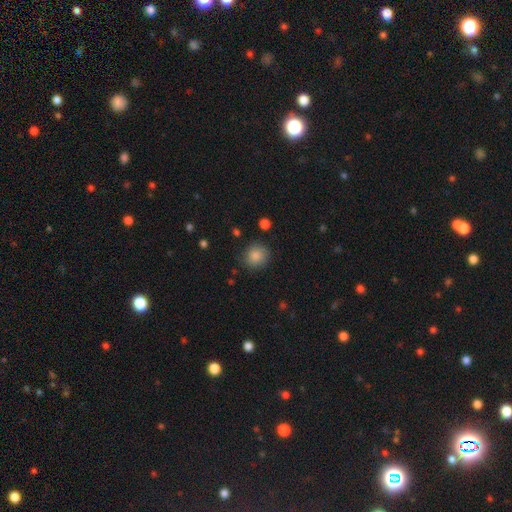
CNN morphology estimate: type=smooth (85%); roundness=round (87%); merging=none (82%).